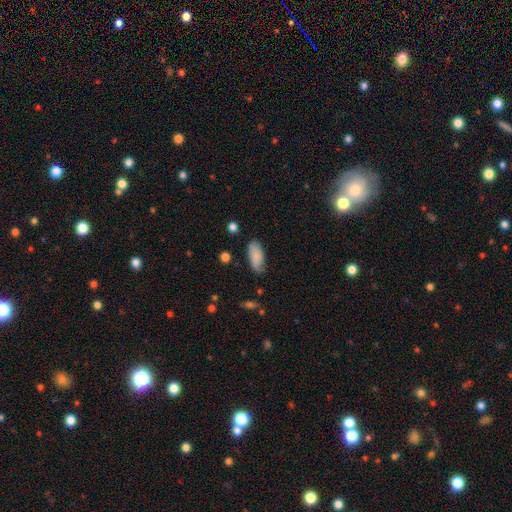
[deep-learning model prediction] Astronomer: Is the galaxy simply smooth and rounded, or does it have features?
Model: smooth — 85%.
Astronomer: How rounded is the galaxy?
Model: in between — 87%.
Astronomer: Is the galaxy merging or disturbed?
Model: none — 74%.